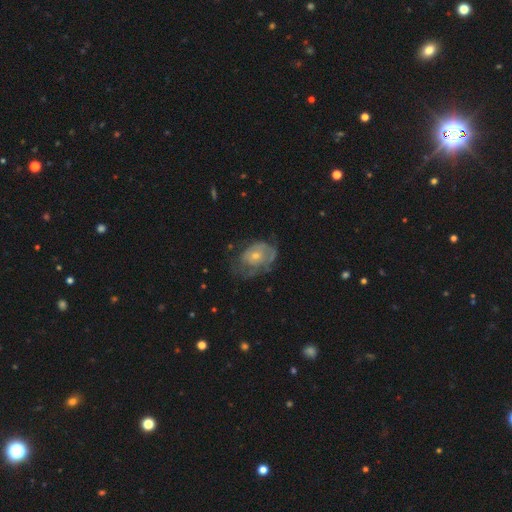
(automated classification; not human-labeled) smooth_or_featured: featured or disk (p=0.62) [alt: smooth p=0.28]
disk_edge_on: no (p=0.96) [alt: yes p=0.04]
bar: no (p=0.83) [alt: weak p=0.15]
has_spiral_arms: yes (p=0.65) [alt: no p=0.35]
bulge_size: small (p=0.55) [alt: moderate p=0.40]
merging: none (p=0.53) [alt: minor disturbance p=0.26]